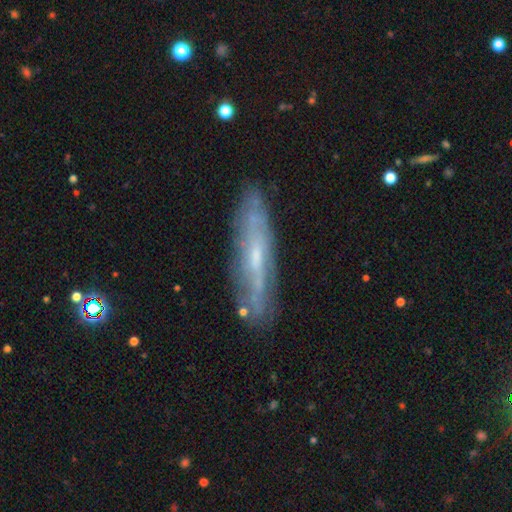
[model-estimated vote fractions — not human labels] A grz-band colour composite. It shows a featured or disk galaxy (64%) viewed edge-on (60%). Merging: none (81%).